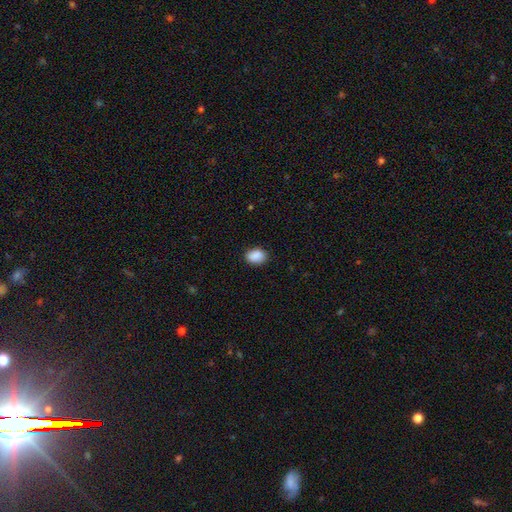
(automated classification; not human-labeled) This is clearly a smooth galaxy (89%). How rounded: likely in between (75%). Merging: clearly none (86%).